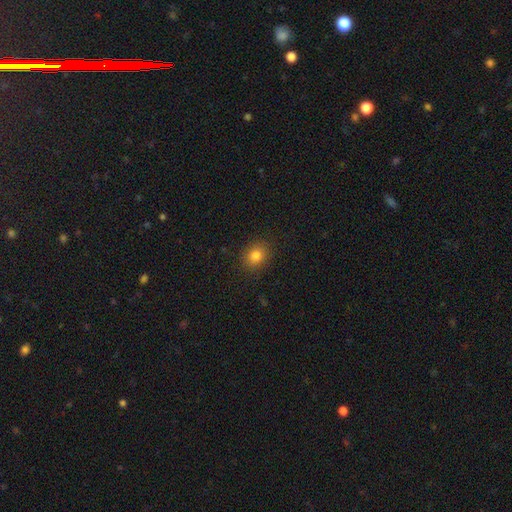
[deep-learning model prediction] A smooth galaxy with no disk features (82%) that is round (55%).

Vote fractions:
- Smooth or featured? smooth: 82% / star or artifact: 12% / featured or disk: 6%
- How rounded? round: 55% / in between: 44% / cigar-shaped: 1%
- Merging? none: 87% / minor disturbance: 9% / major disturbance: 3% / merger: 1%